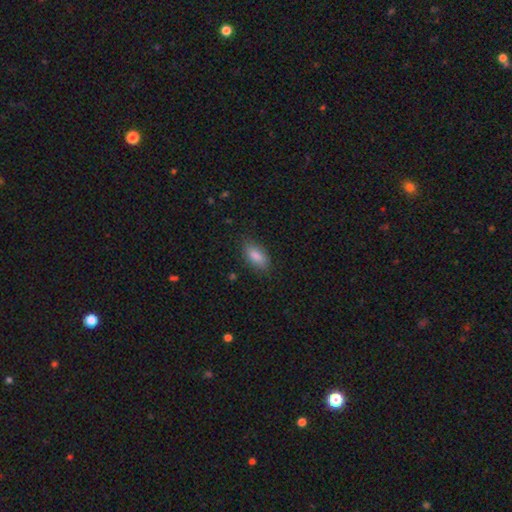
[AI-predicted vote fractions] smooth 84%, featured or disk 8%, star or artifact 8%. Down the decision tree: how rounded — in between (88%); merging — none (83%).